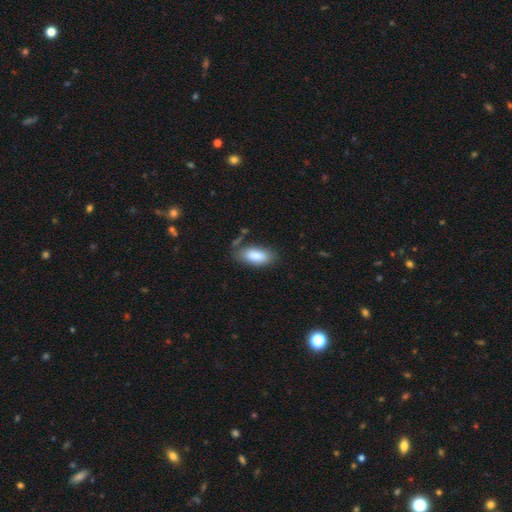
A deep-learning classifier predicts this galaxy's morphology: The model was most divided on "merging": none: 72%, minor disturbance: 19%, major disturbance: 5%, merger: 4%. More confident: how rounded — in between (89%); smooth or featured — smooth (86%).